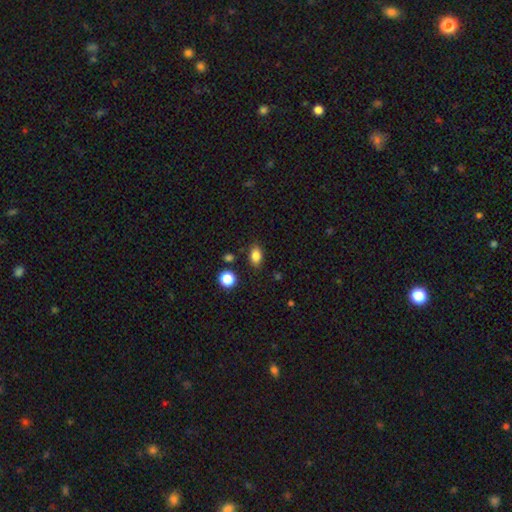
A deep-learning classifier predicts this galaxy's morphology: smooth_or_featured: smooth (p=0.84) [alt: star or artifact p=0.10]
how_rounded: in between (p=0.82) [alt: round p=0.16]
merging: none (p=0.83) [alt: minor disturbance p=0.12]